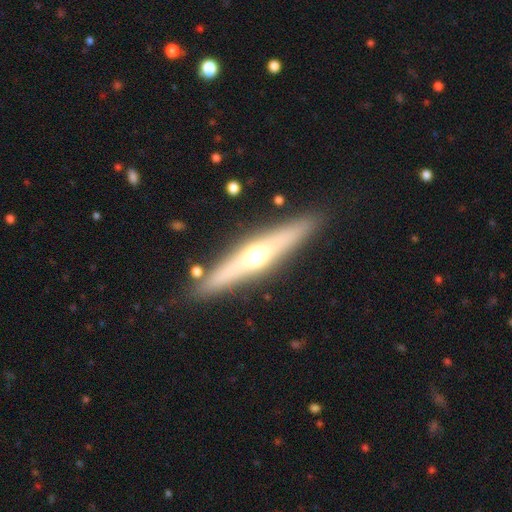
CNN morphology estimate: Q: Smooth or featured?
A: featured or disk (58%); runner-up: smooth (36%)
Q: Edge-on disk?
A: yes (92%); runner-up: no (8%)
Q: Edge-on bulge?
A: rounded (91%); runner-up: none (5%)
Q: Merging?
A: none (87%); runner-up: minor disturbance (8%)